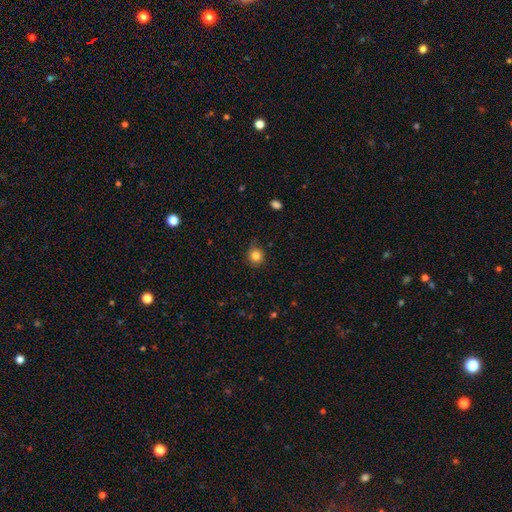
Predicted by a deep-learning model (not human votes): Smooth or featured? smooth (84%)
How rounded? round (89%)
Merging? none (79%)